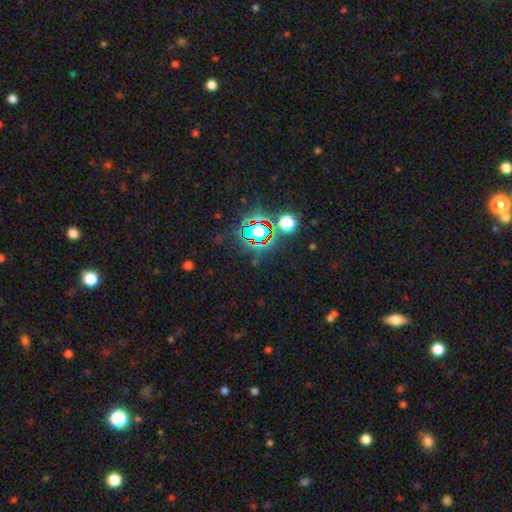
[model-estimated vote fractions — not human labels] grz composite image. It shows a star or artifact, not a galaxy (79%).